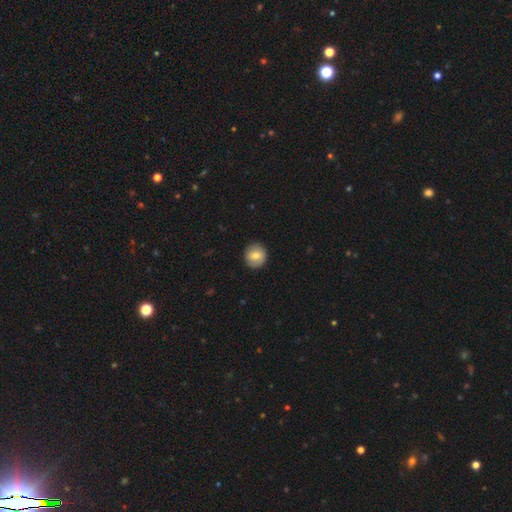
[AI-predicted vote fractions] The model was most divided on "smooth or featured": smooth: 72%, featured or disk: 20%, star or artifact: 8%. More confident: how rounded — round (89%); merging — none (89%).